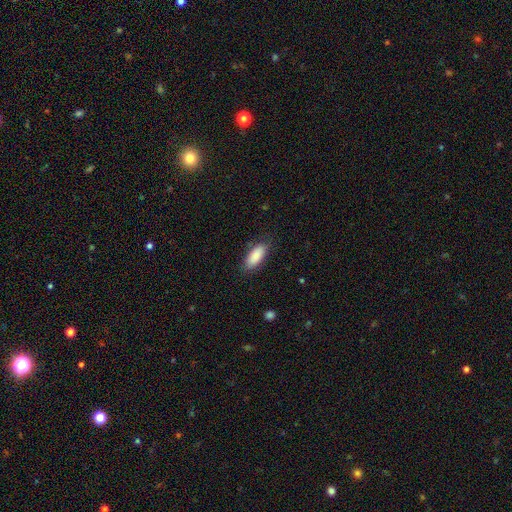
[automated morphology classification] Smooth or featured: smooth — 88% (featured or disk — 6%)
How rounded: in between — 82% (cigar-shaped — 16%)
Merging: none — 81% (minor disturbance — 14%)